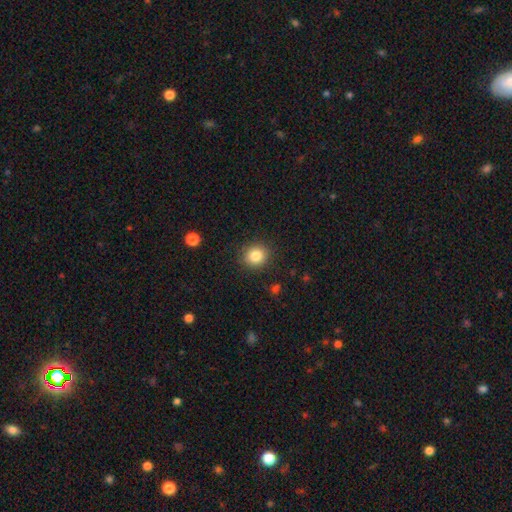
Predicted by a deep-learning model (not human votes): smooth_or_featured: smooth (p=0.83) [alt: star or artifact p=0.10]
how_rounded: round (p=0.84) [alt: in between p=0.15]
merging: none (p=0.89) [alt: minor disturbance p=0.07]